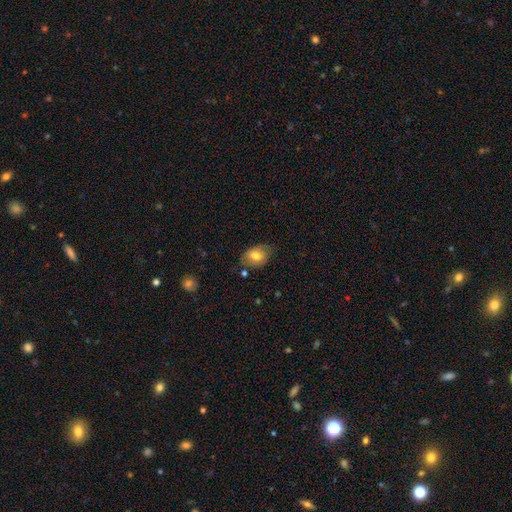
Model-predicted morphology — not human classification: Smooth or featured: smooth — 73% (featured or disk — 19%)
How rounded: in between — 80% (round — 19%)
Merging: none — 67% (minor disturbance — 24%)